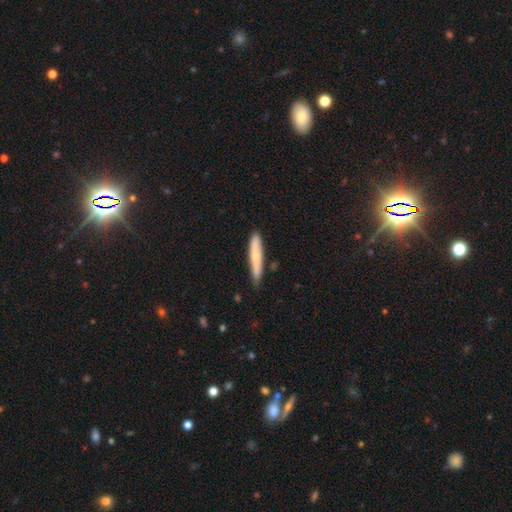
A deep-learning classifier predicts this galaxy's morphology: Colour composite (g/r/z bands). It shows a smooth galaxy with no disk features (67%) that is cigar-shaped (91%). Merging: none (83%).